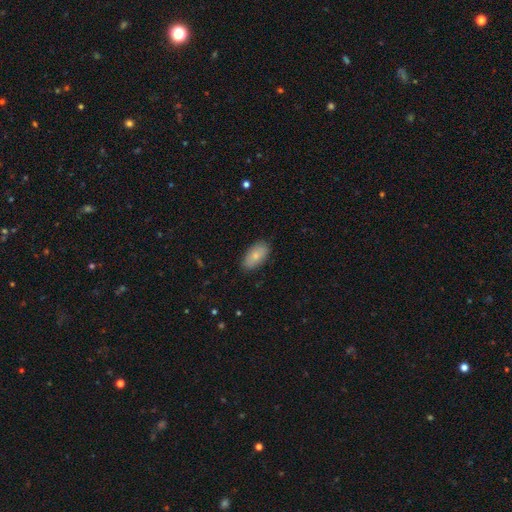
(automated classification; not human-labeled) smooth 79%, featured or disk 14%, star or artifact 7%. Down the decision tree: how rounded — in between (93%); merging — none (85%).